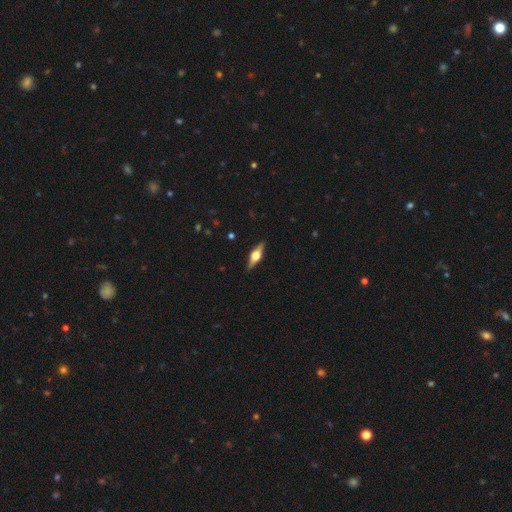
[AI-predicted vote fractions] Smooth or featured: featured or disk — 71% (smooth — 23%)
Edge-on disk: yes — 97% (no — 3%)
Edge-on bulge: rounded — 94% (boxy — 5%)
Merging: none — 90% (minor disturbance — 8%)